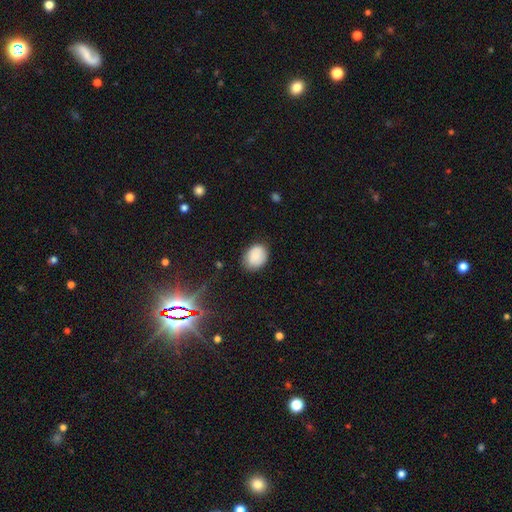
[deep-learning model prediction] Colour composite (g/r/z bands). It shows a smooth galaxy with no disk features (81%) that is in between round and cigar-shaped (57%). Merging: none (77%).